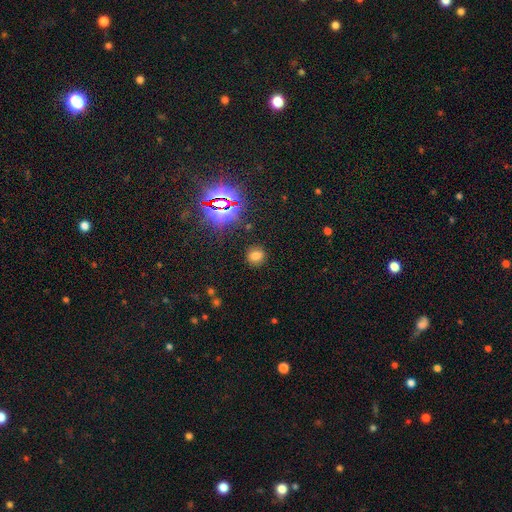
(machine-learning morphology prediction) This is likely a smooth galaxy (70%). How rounded: likely round (76%). Merging: clearly none (87%).